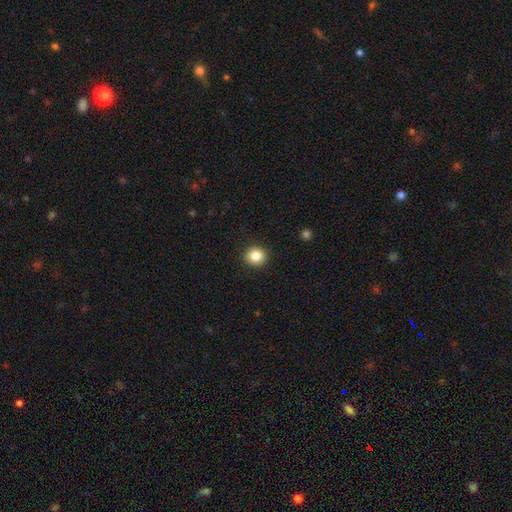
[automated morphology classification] This is clearly a smooth galaxy (86%). How rounded: clearly round (87%). Merging: clearly none (91%).